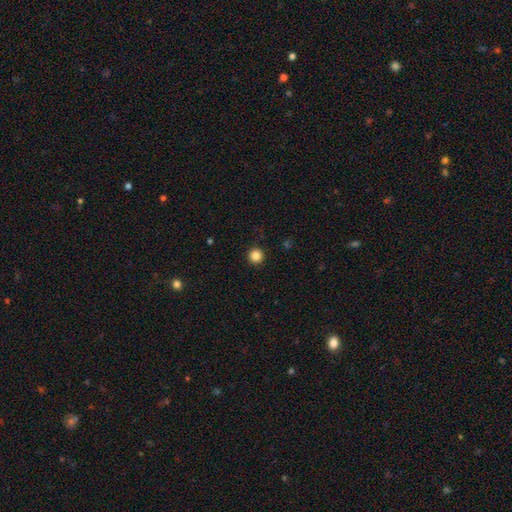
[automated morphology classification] type=smooth (85%); roundness=round (96%); merging=none (93%).